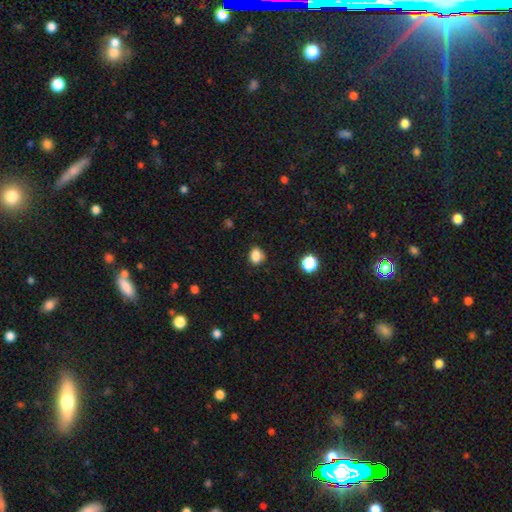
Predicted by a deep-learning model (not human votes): smooth 85%, star or artifact 11%, featured or disk 4%. Down the decision tree: how rounded — round (53%); merging — none (77%).